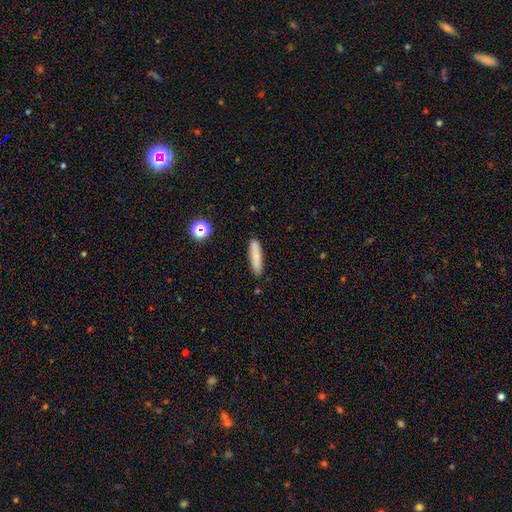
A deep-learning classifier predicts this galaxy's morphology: Q: Smooth or featured?
A: smooth (79%); runner-up: featured or disk (12%)
Q: How rounded?
A: cigar-shaped (78%); runner-up: in between (20%)
Q: Merging?
A: none (85%); runner-up: minor disturbance (11%)